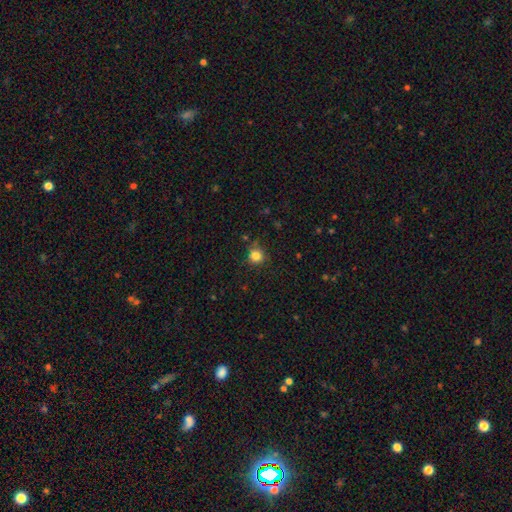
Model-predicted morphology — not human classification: Overall: smooth (82%). How rounded: round (89%). Merging: none (79%).